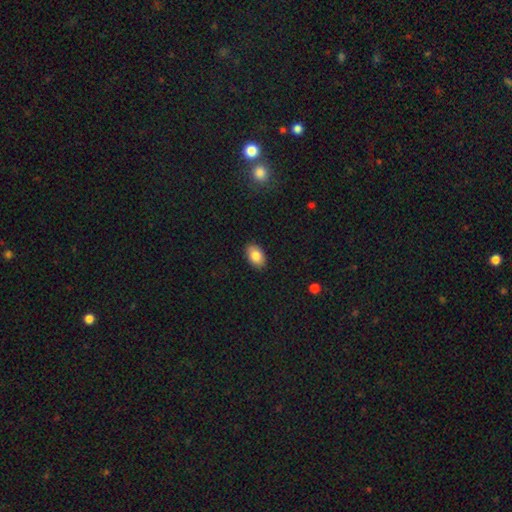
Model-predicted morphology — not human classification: Smooth or featured? smooth (85%)
How rounded? in between (90%)
Merging? none (89%)